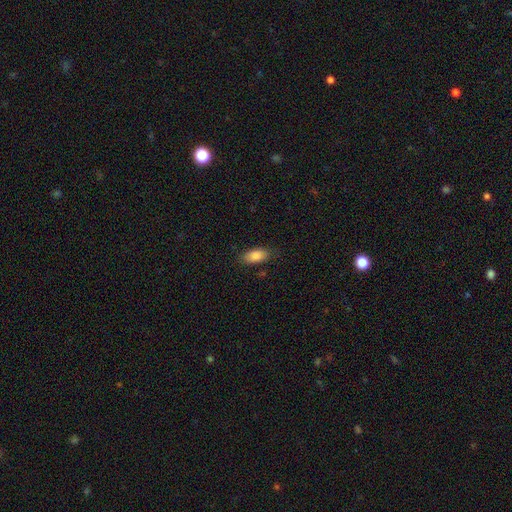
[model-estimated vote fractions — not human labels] A smooth galaxy with no disk features (87%) that is in between round and cigar-shaped (89%). Merging: none (80%).